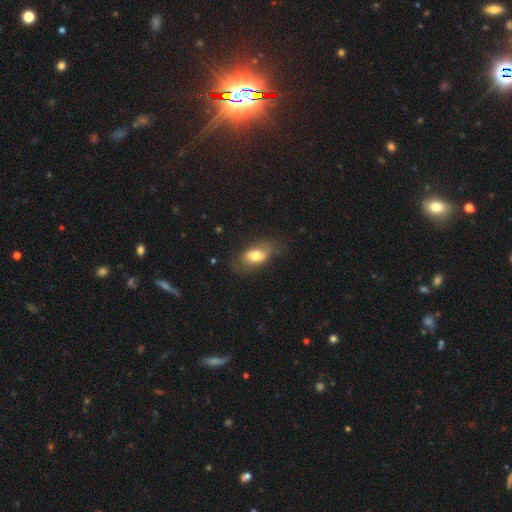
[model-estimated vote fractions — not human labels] Overall: smooth (66%). How rounded: in between (88%). Merging: none (70%).